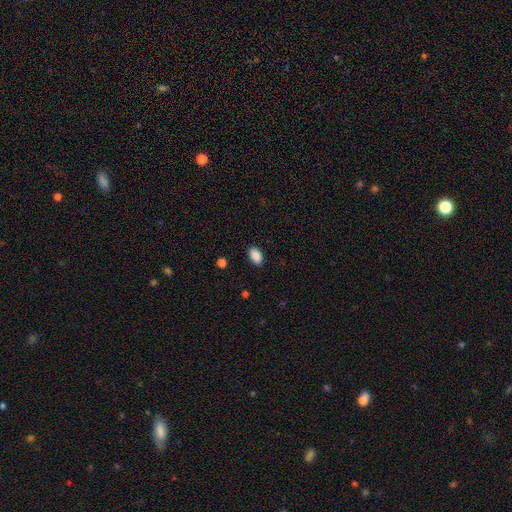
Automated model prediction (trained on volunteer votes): A smooth galaxy with no disk features (90%) that is in between round and cigar-shaped (93%). Merging: none (88%).